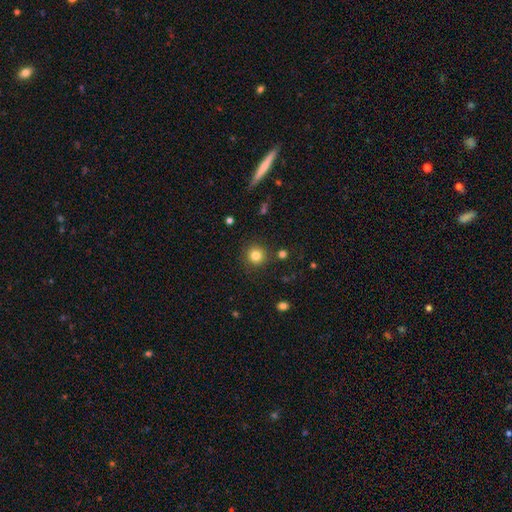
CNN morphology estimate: Smooth or featured: smooth — 82% (star or artifact — 12%)
How rounded: round — 94% (in between — 5%)
Merging: none — 88% (minor disturbance — 7%)